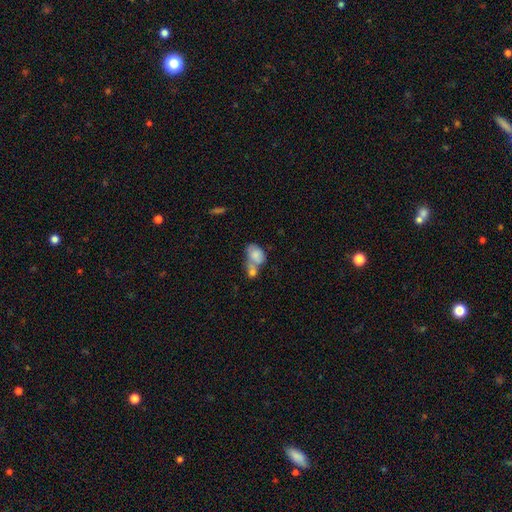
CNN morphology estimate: Smooth or featured? Predicted: smooth (p=0.73). How rounded? Predicted: in between (p=0.79). Merging? Predicted: merger (p=0.64).